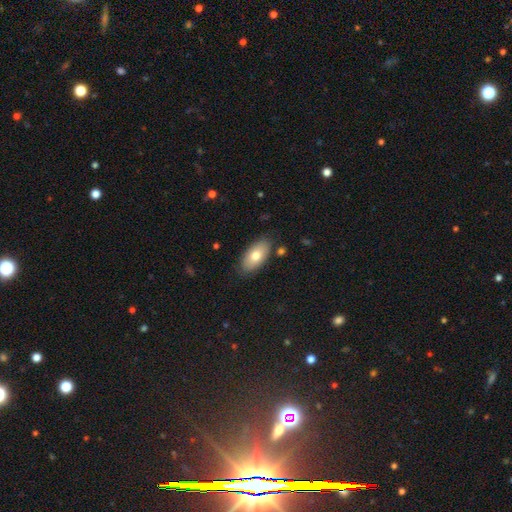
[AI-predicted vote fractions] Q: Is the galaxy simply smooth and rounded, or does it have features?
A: smooth — 72%.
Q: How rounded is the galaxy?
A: in between — 92%.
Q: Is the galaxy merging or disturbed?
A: none — 83%.